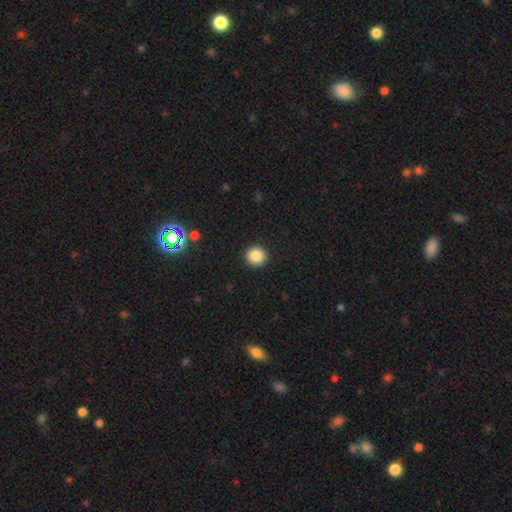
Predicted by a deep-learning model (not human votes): Smooth or featured: smooth — 86% (star or artifact — 10%)
How rounded: round — 94% (in between — 5%)
Merging: none — 93% (minor disturbance — 4%)